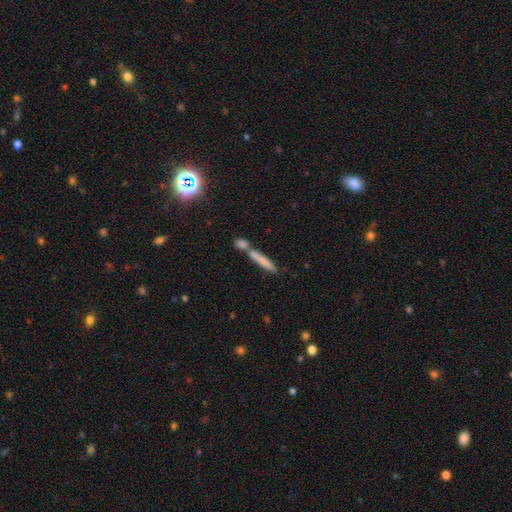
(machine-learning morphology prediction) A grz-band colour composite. It shows a smooth galaxy with no disk features (59%) that is cigar-shaped (89%). Merging: none (60%).